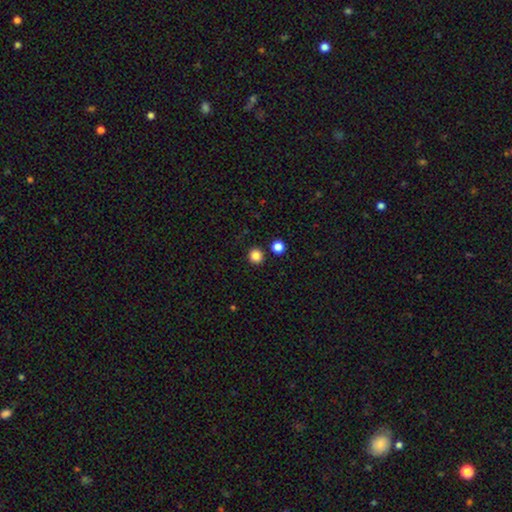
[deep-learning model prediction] Smooth or featured? smooth (85%)
How rounded? round (94%)
Merging? none (90%)